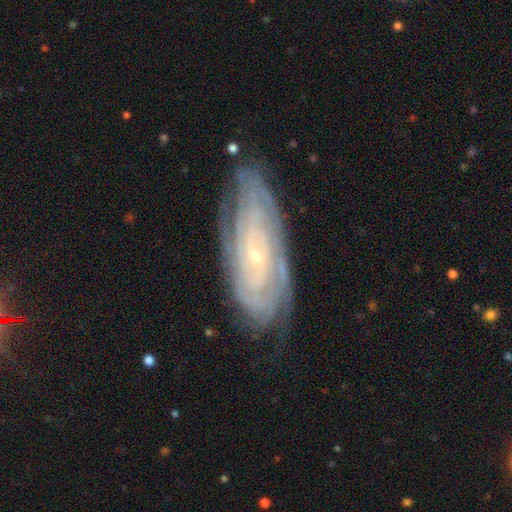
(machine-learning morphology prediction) smooth-or-featured: featured or disk: 83% | smooth: 10% | star or artifact: 7%
  disk-edge-on: no: 90% | yes: 10%
    bar: no: 72% | weak: 21% | strong: 7%
    has-spiral-arms: yes: 95% | no: 5%
      spiral-winding: tight: 80% | medium: 16% | loose: 4%
      spiral-arm-count: can't tell: 45% | 4: 14% | 2: 13% | more than 4: 12% | 3: 11% | 1: 6%
    bulge-size: small: 86% | moderate: 10% | none: 2% | large: 1% | dominant: 1%
  merging: none: 76% | minor disturbance: 18% | major disturbance: 5% | merger: 2%